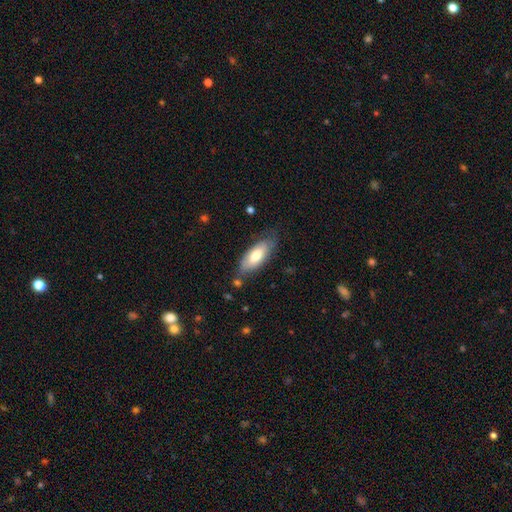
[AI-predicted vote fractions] Overall: smooth (70%). How rounded: in between (80%). Merging: none (69%).